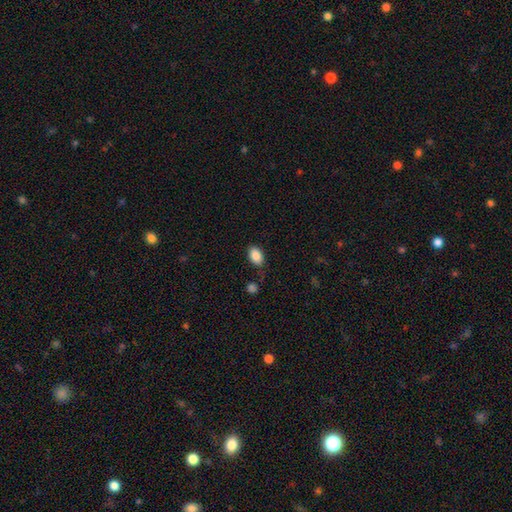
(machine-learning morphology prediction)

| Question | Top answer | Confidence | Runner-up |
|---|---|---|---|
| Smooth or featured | smooth | 88% | star or artifact (8%) |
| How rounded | in between | 89% | round (9%) |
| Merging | none | 77% | minor disturbance (16%) |